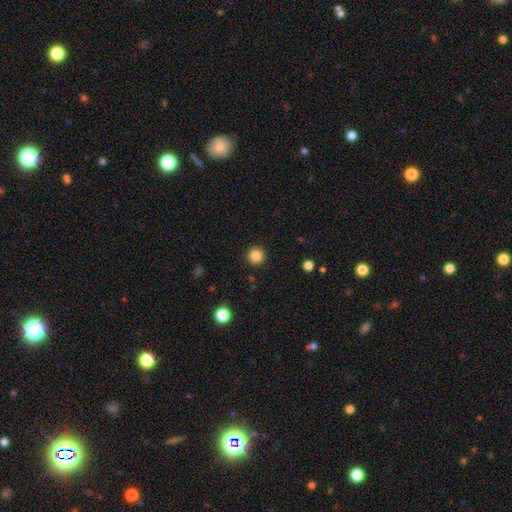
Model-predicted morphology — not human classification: smooth_or_featured: smooth (p=0.85) [alt: star or artifact p=0.11]
how_rounded: round (p=0.95) [alt: in between p=0.04]
merging: none (p=0.92) [alt: minor disturbance p=0.05]